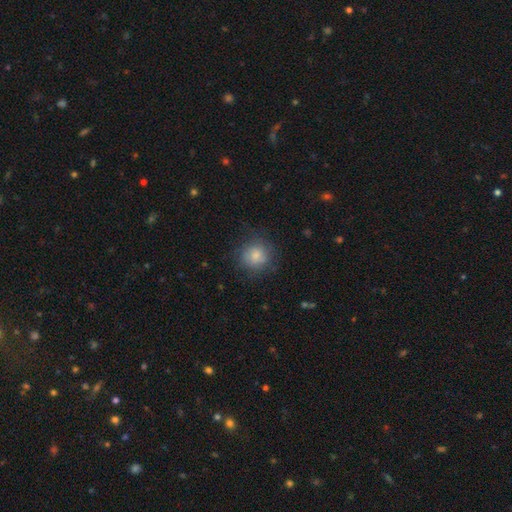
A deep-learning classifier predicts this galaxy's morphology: The model was most divided on "merging": none: 72%, minor disturbance: 18%, major disturbance: 8%, merger: 2%. More confident: how rounded — round (87%); smooth or featured — smooth (78%).